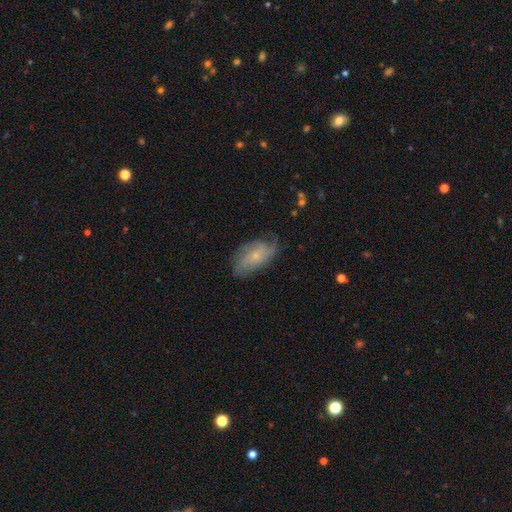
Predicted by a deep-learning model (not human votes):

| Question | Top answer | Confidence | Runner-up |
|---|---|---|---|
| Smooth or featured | featured or disk | 62% | smooth (30%) |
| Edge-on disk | no | 93% | yes (7%) |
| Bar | no | 76% | weak (20%) |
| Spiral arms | yes | 87% | no (13%) |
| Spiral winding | medium | 39% | tight (37%) |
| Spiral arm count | can't tell | 38% | 2 (24%) |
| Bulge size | small | 73% | moderate (20%) |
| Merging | none | 67% | minor disturbance (24%) |